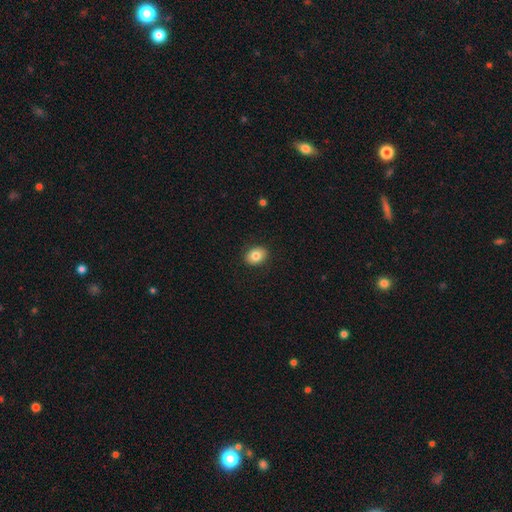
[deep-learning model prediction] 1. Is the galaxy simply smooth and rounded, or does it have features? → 82% smooth, 9% featured or disk, 8% star or artifact.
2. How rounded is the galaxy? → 65% in between, 34% round, 1% cigar-shaped.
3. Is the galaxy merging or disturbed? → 90% none, 8% minor disturbance, 2% major disturbance, 1% merger.